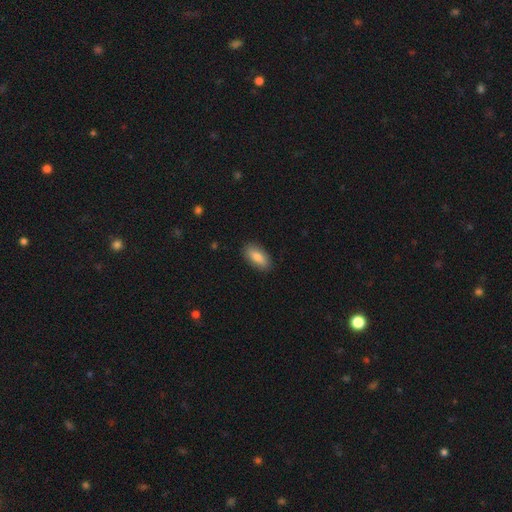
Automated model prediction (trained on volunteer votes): A smooth galaxy with no disk features (82%) that is in between round and cigar-shaped (86%).

Vote fractions:
- Smooth or featured? smooth: 82% / featured or disk: 12% / star or artifact: 6%
- How rounded? in between: 86% / cigar-shaped: 11% / round: 3%
- Merging? none: 87% / minor disturbance: 10% / major disturbance: 2% / merger: 1%